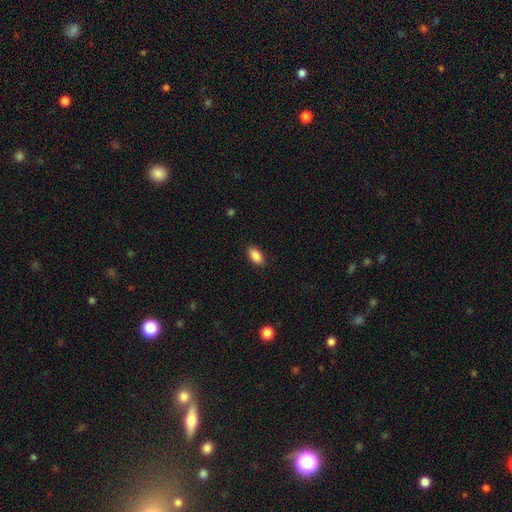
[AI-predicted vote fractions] smooth-or-featured: smooth: 89% | star or artifact: 7% | featured or disk: 4%
  how-rounded: in between: 92% | round: 4% | cigar-shaped: 4%
  merging: none: 88% | minor disturbance: 9% | major disturbance: 2% | merger: 1%